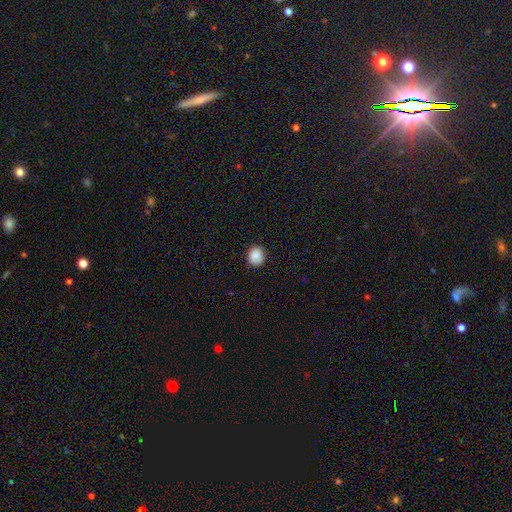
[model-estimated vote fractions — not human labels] The model was most divided on "how rounded": round: 75%, in between: 24%, cigar-shaped: 1%. More confident: merging — none (90%); smooth or featured — smooth (89%).